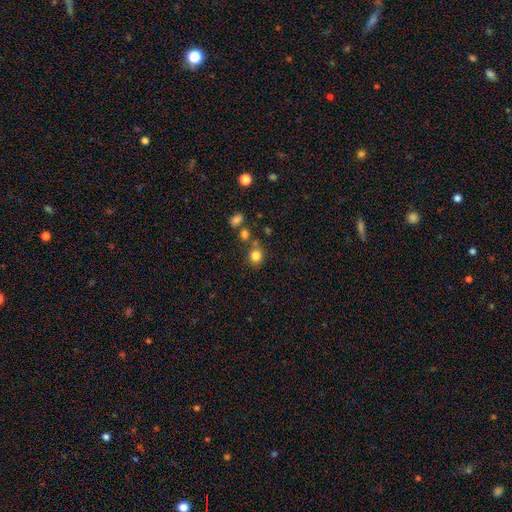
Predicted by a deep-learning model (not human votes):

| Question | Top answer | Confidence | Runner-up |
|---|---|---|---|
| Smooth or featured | smooth | 82% | star or artifact (12%) |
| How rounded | round | 81% | in between (18%) |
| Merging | none | 70% | merger (13%) |